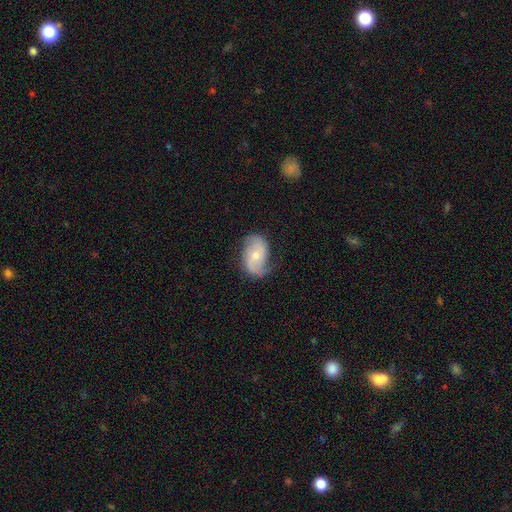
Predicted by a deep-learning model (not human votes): Morphology: type=featured or disk (72%); edge-on=no (97%); bar=no (58%); spiral arms=yes (93%); winding=loose (46%); arm count=2 (87%); bulge=small (48%); merging=none (72%).